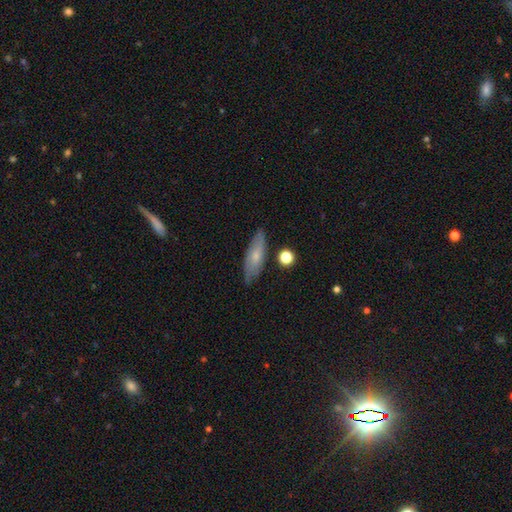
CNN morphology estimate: Q: Smooth or featured?
A: smooth (56%); runner-up: featured or disk (37%)
Q: How rounded?
A: in between (54%); runner-up: cigar-shaped (43%)
Q: Merging?
A: none (78%); runner-up: minor disturbance (16%)